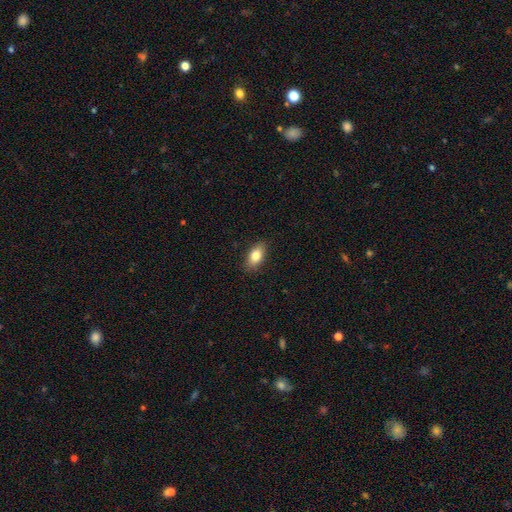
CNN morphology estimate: This is clearly a smooth galaxy (81%). How rounded: clearly in between (87%). Merging: clearly none (88%).